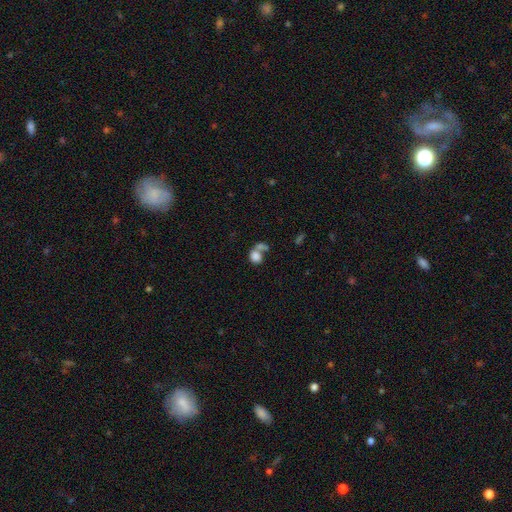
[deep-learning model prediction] smooth_or_featured: smooth (p=0.78) [alt: featured or disk p=0.12]
how_rounded: round (p=0.51) [alt: in between p=0.47]
merging: merger (p=0.55) [alt: none p=0.26]